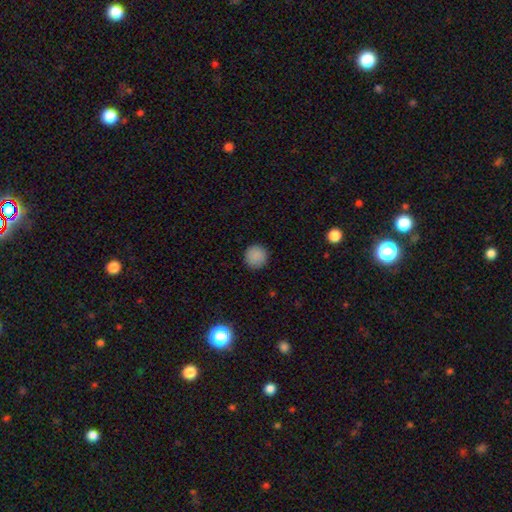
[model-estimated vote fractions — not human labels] Q: Smooth or featured?
A: smooth (88%); runner-up: star or artifact (8%)
Q: How rounded?
A: round (95%); runner-up: in between (4%)
Q: Merging?
A: none (92%); runner-up: minor disturbance (6%)